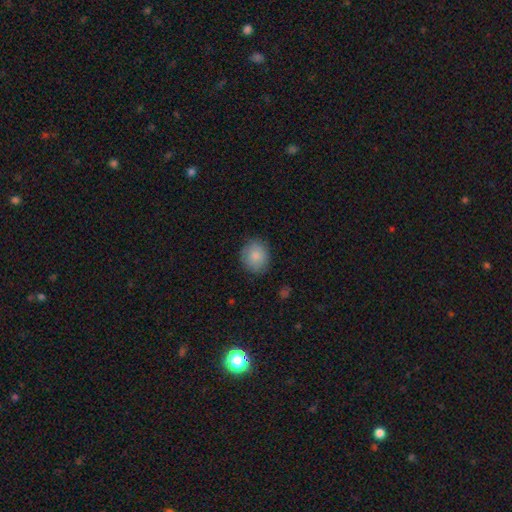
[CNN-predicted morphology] A smooth galaxy with no disk features (86%) that is round (76%).

Vote fractions:
- Smooth or featured? smooth: 86% / featured or disk: 7% / star or artifact: 7%
- How rounded? round: 76% / in between: 23% / cigar-shaped: 1%
- Merging? none: 84% / minor disturbance: 12% / major disturbance: 3% / merger: 1%